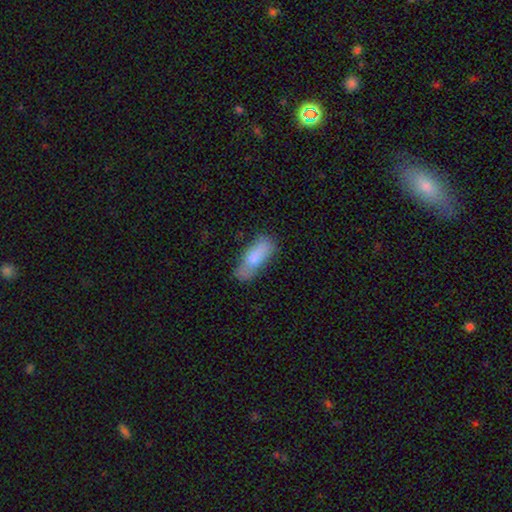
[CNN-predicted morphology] smooth 78%, featured or disk 15%, star or artifact 7%. Down the decision tree: how rounded — in between (69%); merging — none (57%).